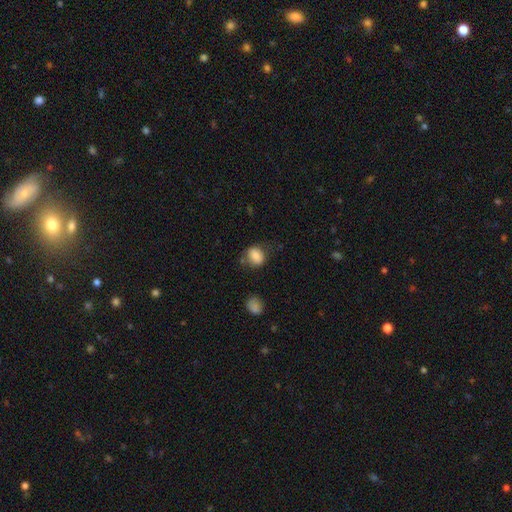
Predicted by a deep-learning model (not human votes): Smooth or featured? Predicted: smooth (p=0.84). How rounded? Predicted: in between (p=0.53). Merging? Predicted: none (p=0.63).